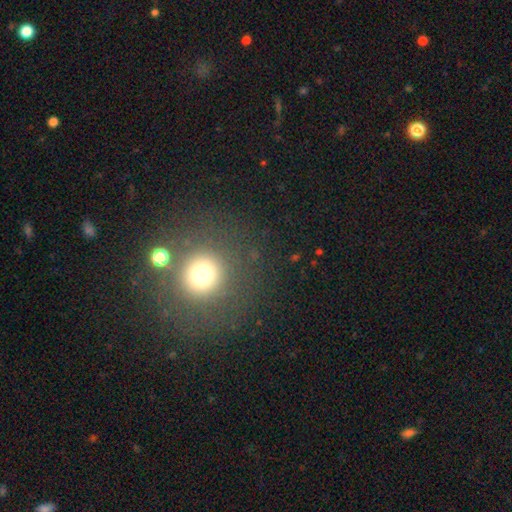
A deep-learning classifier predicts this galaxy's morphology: smooth_or_featured: smooth (p=0.66) [alt: star or artifact p=0.23]
how_rounded: round (p=0.92) [alt: in between p=0.07]
merging: none (p=0.83) [alt: minor disturbance p=0.08]